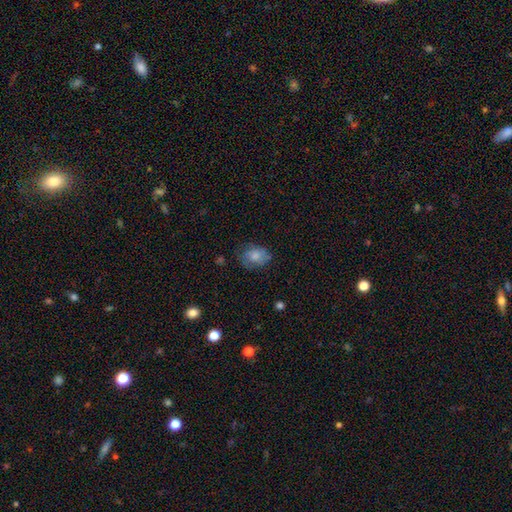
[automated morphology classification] A smooth galaxy with no disk features (75%) that is in between round and cigar-shaped (64%). Merging: none (61%).